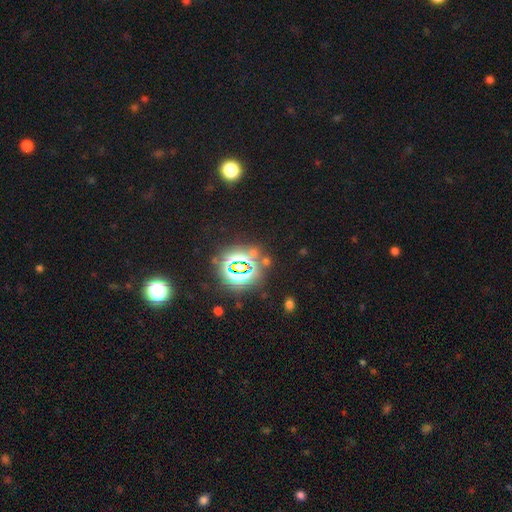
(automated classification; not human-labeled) Overall: star or artifact (76%).